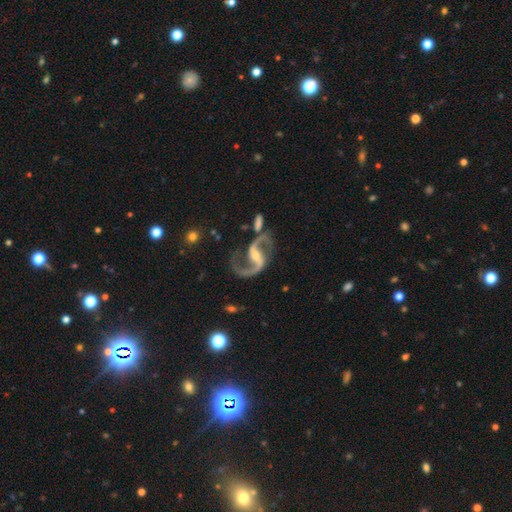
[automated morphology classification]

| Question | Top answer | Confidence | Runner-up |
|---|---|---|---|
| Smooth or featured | featured or disk | 93% | star or artifact (4%) |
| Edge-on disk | no | 98% | yes (2%) |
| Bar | strong | 43% | weak (37%) |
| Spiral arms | yes | 98% | no (2%) |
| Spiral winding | medium | 48% | loose (44%) |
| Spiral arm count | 2 | 94% | 1 (2%) |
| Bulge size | small | 56% | moderate (36%) |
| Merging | none | 66% | minor disturbance (16%) |